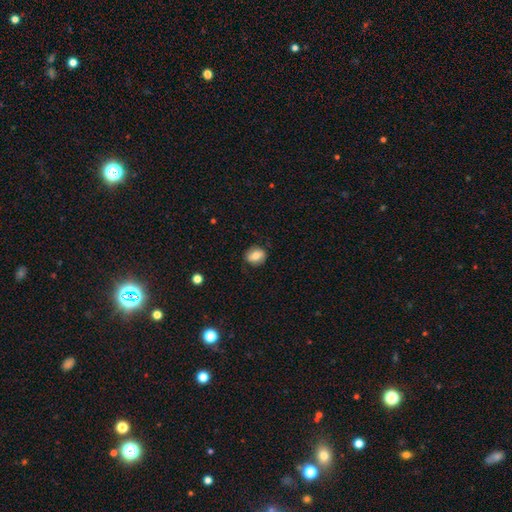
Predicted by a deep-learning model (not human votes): Smooth or featured?
  - smooth: 75% *
  - featured or disk: 17%
  - star or artifact: 8%
How rounded?
  - round: 54% *
  - in between: 45%
  - cigar-shaped: 1%
Merging?
  - none: 82% *
  - minor disturbance: 13%
  - major disturbance: 3%
  - merger: 1%